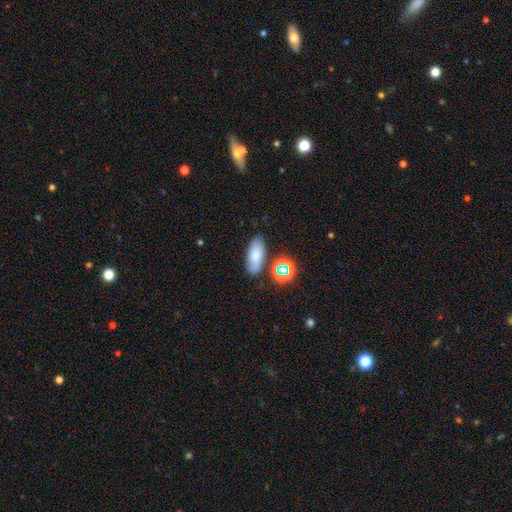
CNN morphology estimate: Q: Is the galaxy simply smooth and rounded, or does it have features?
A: smooth — 72%.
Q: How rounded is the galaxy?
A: in between — 79%.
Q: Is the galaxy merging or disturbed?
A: none — 72%.